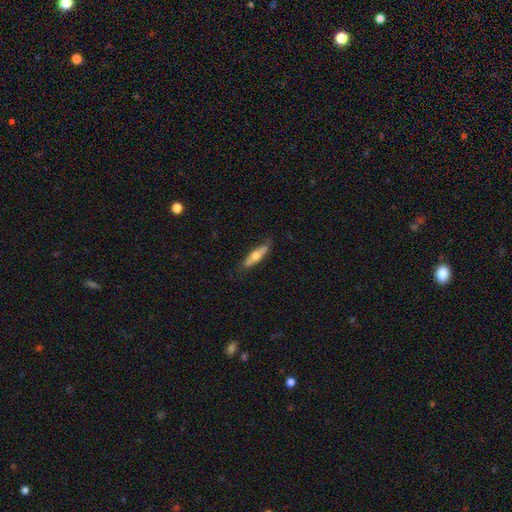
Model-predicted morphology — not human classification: smooth_or_featured: smooth (p=0.57) [alt: featured or disk p=0.38]
how_rounded: cigar-shaped (p=0.70) [alt: in between p=0.28]
merging: none (p=0.78) [alt: minor disturbance p=0.17]